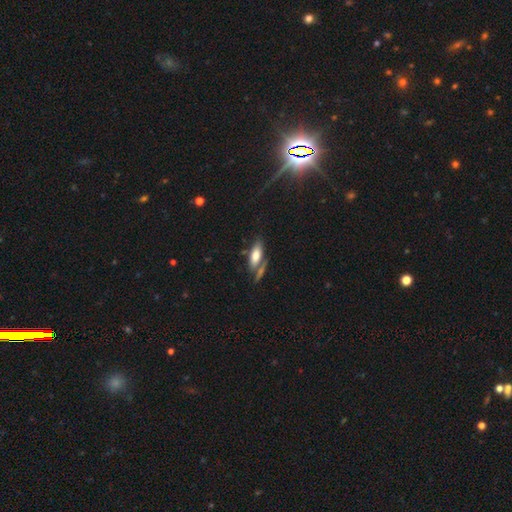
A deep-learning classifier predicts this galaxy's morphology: This is likely a smooth galaxy (70%). How rounded: likely in between (70%). Merging: possibly none (57%).